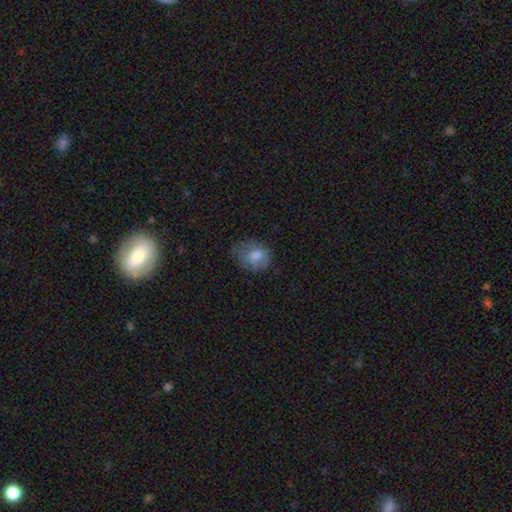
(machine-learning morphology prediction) Smooth or featured?
  - smooth: 72% *
  - featured or disk: 18%
  - star or artifact: 10%
How rounded?
  - in between: 51% *
  - round: 48%
  - cigar-shaped: 1%
Merging?
  - none: 58% *
  - minor disturbance: 27%
  - major disturbance: 13%
  - merger: 1%